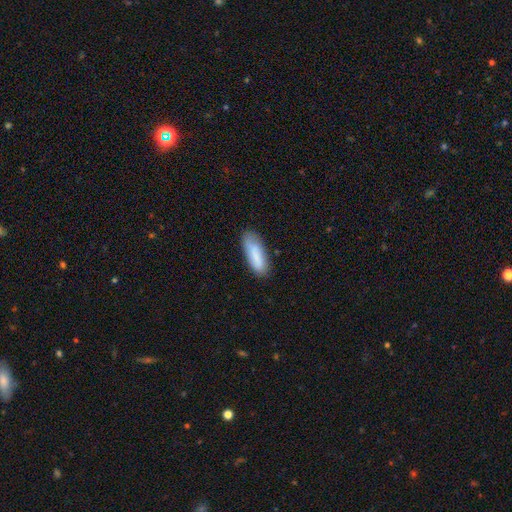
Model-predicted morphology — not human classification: smooth-or-featured: smooth: 82% | featured or disk: 11% | star or artifact: 7%
  how-rounded: in between: 60% | cigar-shaped: 38% | round: 2%
  merging: none: 72% | minor disturbance: 21% | major disturbance: 5% | merger: 2%